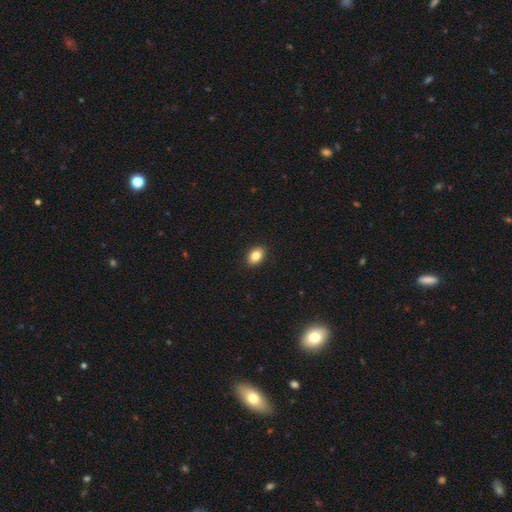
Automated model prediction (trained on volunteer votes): A smooth galaxy with no disk features (85%) that is in between round and cigar-shaped (80%). Merging: none (91%).